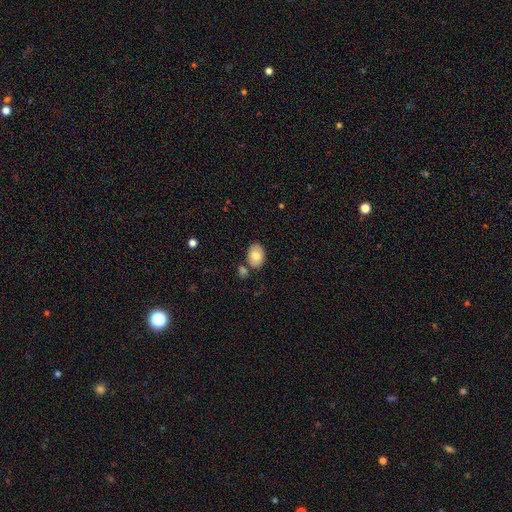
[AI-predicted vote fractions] Smooth or featured?
  - smooth: 80% *
  - featured or disk: 13%
  - star or artifact: 7%
How rounded?
  - in between: 83% *
  - round: 16%
  - cigar-shaped: 1%
Merging?
  - none: 75% *
  - minor disturbance: 12%
  - merger: 10%
  - major disturbance: 3%